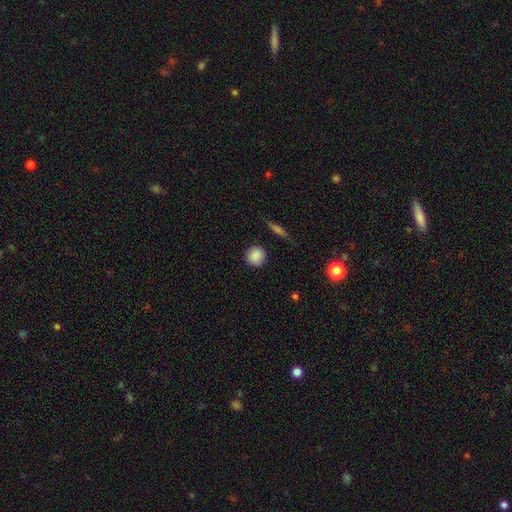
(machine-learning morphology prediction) The model was most divided on "merging": none: 86%, minor disturbance: 10%, major disturbance: 3%, merger: 2%. More confident: how rounded — round (92%); smooth or featured — smooth (87%).